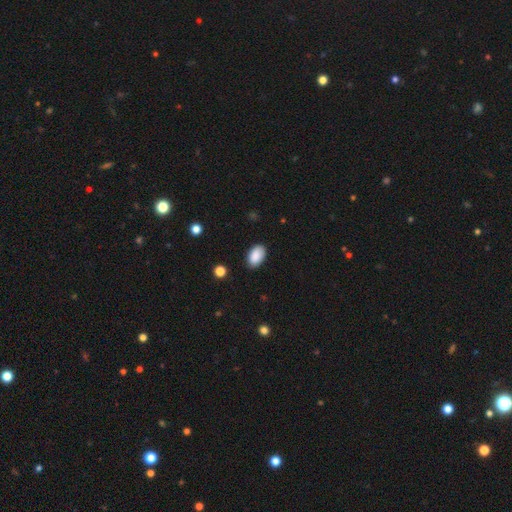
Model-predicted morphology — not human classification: type=smooth (89%); roundness=in between (93%); merging=none (85%).